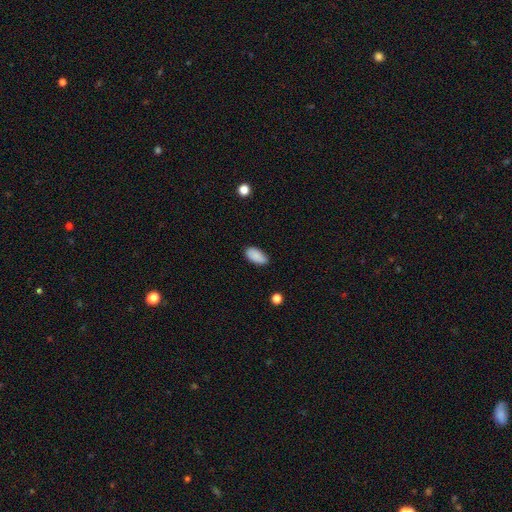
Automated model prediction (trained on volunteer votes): smooth-or-featured: smooth: 89% | star or artifact: 7% | featured or disk: 4%
  how-rounded: in between: 94% | cigar-shaped: 4% | round: 3%
  merging: none: 79% | minor disturbance: 17% | major disturbance: 3% | merger: 1%